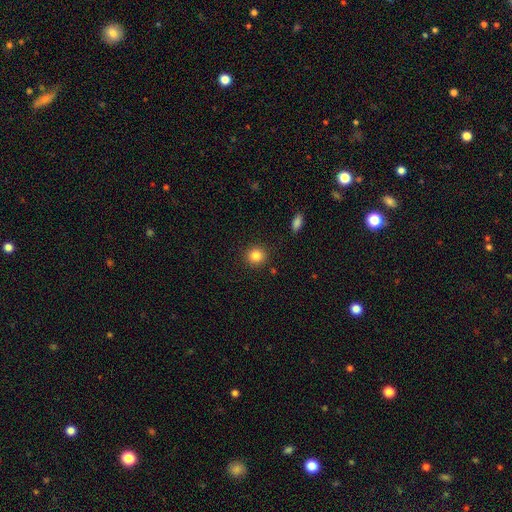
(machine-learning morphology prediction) smooth 85%, star or artifact 10%, featured or disk 5%. Down the decision tree: how rounded — round (88%); merging — none (90%).